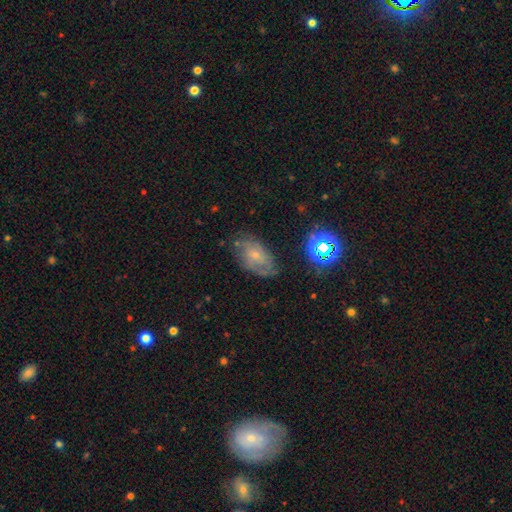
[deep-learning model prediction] smooth_or_featured: featured or disk (p=0.51) [alt: smooth p=0.35]
disk_edge_on: no (p=0.94) [alt: yes p=0.06]
merging: none (p=0.60) [alt: minor disturbance p=0.26]